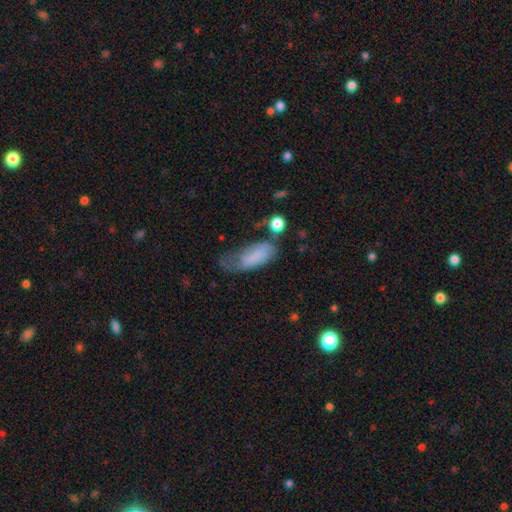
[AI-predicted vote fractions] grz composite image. It shows a smooth galaxy with no disk features (70%) that is in between round and cigar-shaped (81%). Merging: major disturbance (33%).